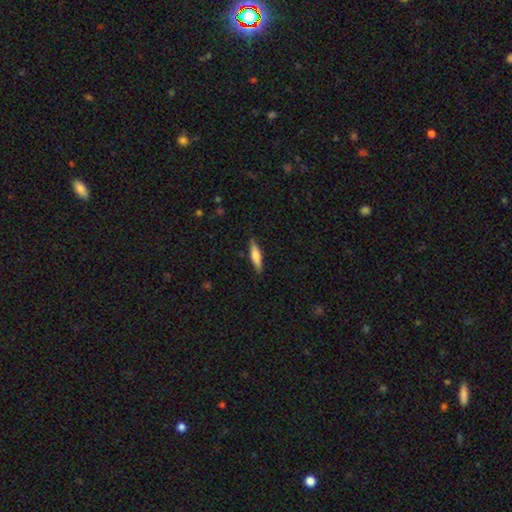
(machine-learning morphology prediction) smooth_or_featured: smooth (p=0.67) [alt: featured or disk p=0.27]
how_rounded: cigar-shaped (p=0.70) [alt: in between p=0.29]
merging: none (p=0.86) [alt: minor disturbance p=0.11]